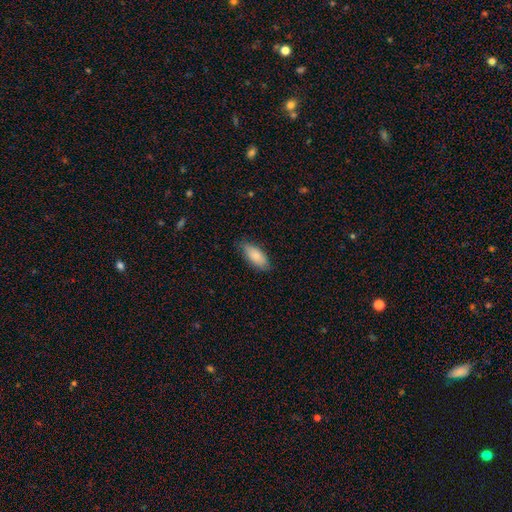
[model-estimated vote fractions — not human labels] Q: Smooth or featured?
A: smooth (82%); runner-up: featured or disk (12%)
Q: How rounded?
A: in between (85%); runner-up: cigar-shaped (14%)
Q: Merging?
A: none (79%); runner-up: minor disturbance (17%)